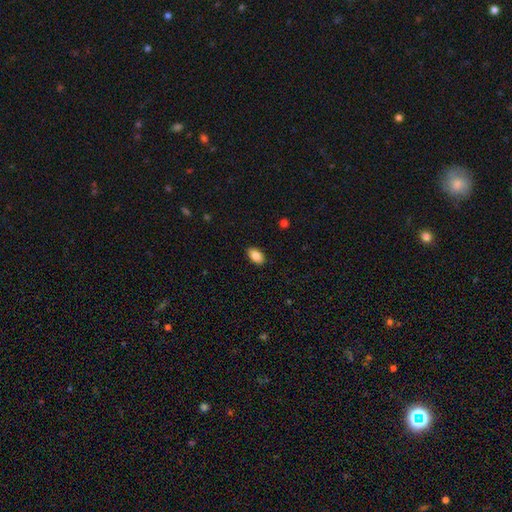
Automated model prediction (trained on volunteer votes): Morphology: type=smooth (88%); roundness=in between (92%); merging=none (89%).